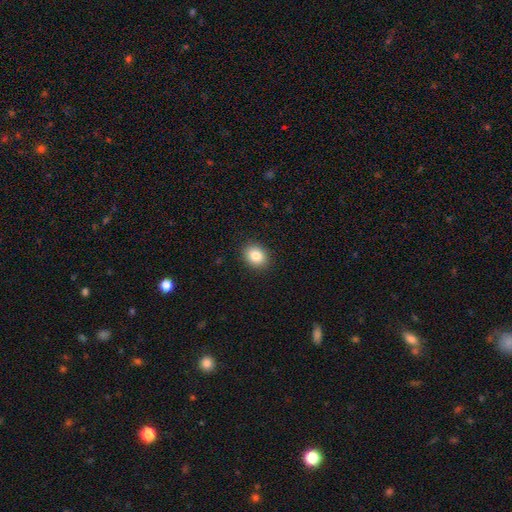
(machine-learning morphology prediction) smooth-or-featured: smooth: 84% | star or artifact: 9% | featured or disk: 7%
  how-rounded: round: 54% | in between: 45% | cigar-shaped: 1%
  merging: none: 91% | minor disturbance: 7% | major disturbance: 2% | merger: 1%